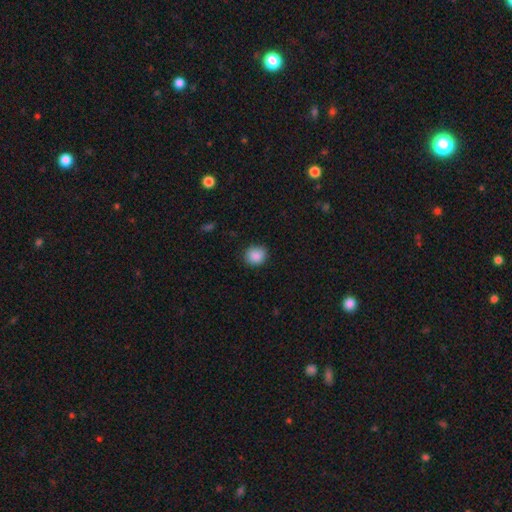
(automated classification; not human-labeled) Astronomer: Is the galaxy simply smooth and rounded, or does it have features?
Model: smooth — 88%.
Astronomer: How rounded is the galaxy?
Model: round — 78%.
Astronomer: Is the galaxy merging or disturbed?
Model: none — 84%.